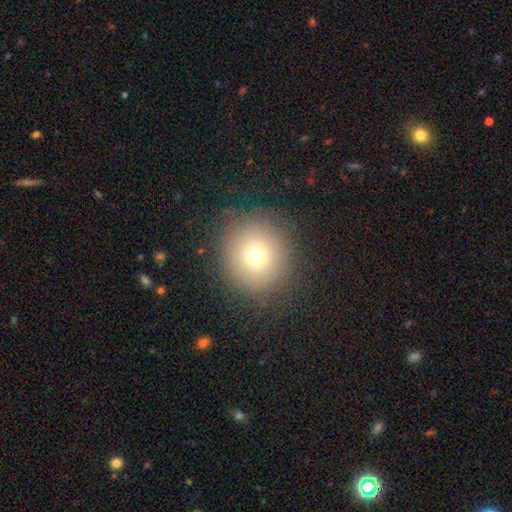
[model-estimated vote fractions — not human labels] Smooth or featured? smooth (70%)
How rounded? round (91%)
Merging? none (87%)